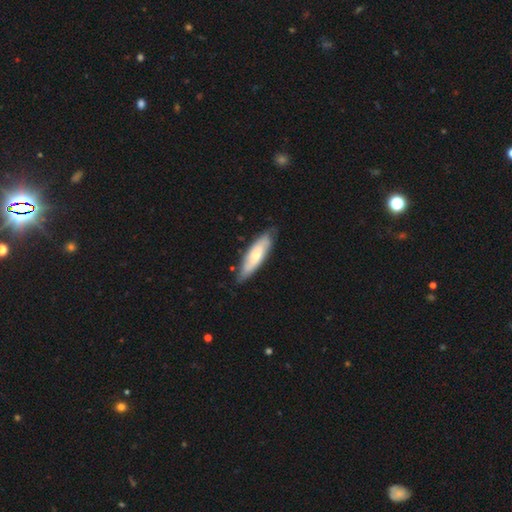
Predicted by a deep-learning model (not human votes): smooth-or-featured: smooth: 51% | featured or disk: 44% | star or artifact: 5%
  how-rounded: cigar-shaped: 60% | in between: 39% | round: 2%
  merging: none: 77% | minor disturbance: 18% | major disturbance: 3% | merger: 2%